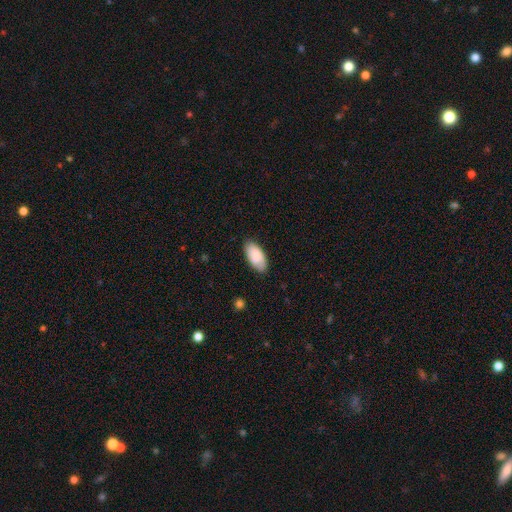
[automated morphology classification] Smooth or featured? Predicted: smooth (p=0.79). How rounded? Predicted: in between (p=0.94). Merging? Predicted: none (p=0.81).